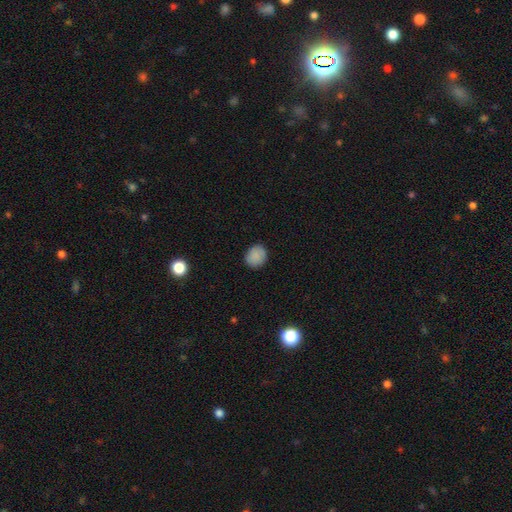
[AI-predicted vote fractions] Smooth or featured: smooth — 87% (star or artifact — 9%)
How rounded: round — 70% (in between — 29%)
Merging: none — 87% (minor disturbance — 10%)